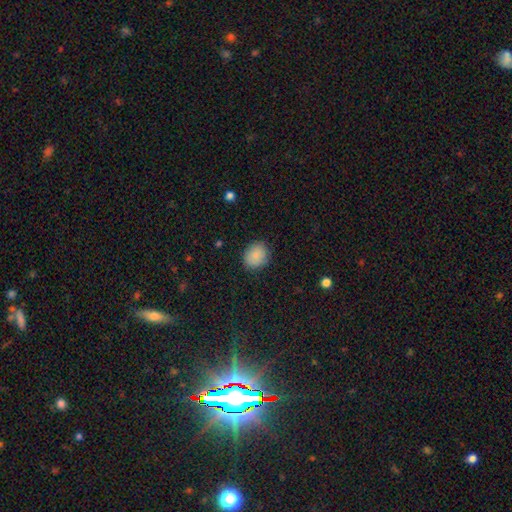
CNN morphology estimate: The model was most divided on "how rounded": round: 68%, in between: 31%, cigar-shaped: 1%. More confident: smooth or featured — smooth (87%); merging — none (85%).